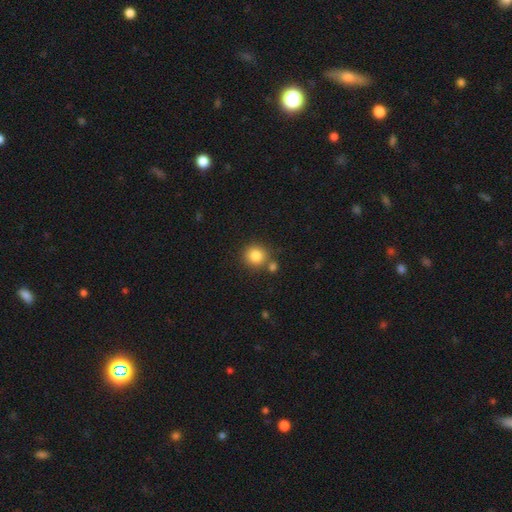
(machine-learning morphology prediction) A smooth galaxy with no disk features (83%) that is round (90%).

Vote fractions:
- Smooth or featured? smooth: 83% / star or artifact: 10% / featured or disk: 6%
- How rounded? round: 90% / in between: 9% / cigar-shaped: 1%
- Merging? none: 74% / merger: 15% / minor disturbance: 9% / major disturbance: 3%